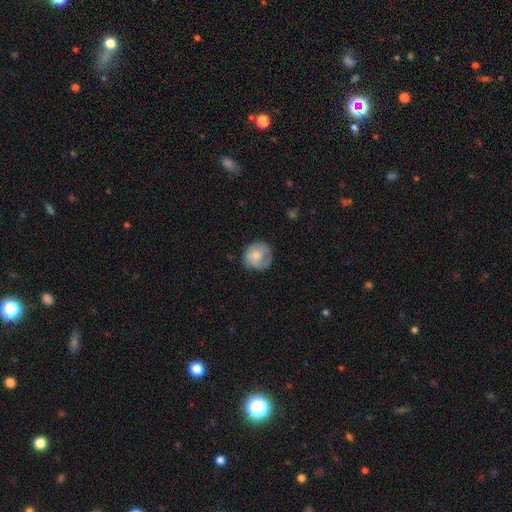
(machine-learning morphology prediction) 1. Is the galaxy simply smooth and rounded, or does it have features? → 56% smooth, 38% featured or disk, 7% star or artifact.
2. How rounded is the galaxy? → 87% round, 12% in between, 1% cigar-shaped.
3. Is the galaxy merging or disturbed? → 68% none, 21% minor disturbance, 9% major disturbance, 1% merger.